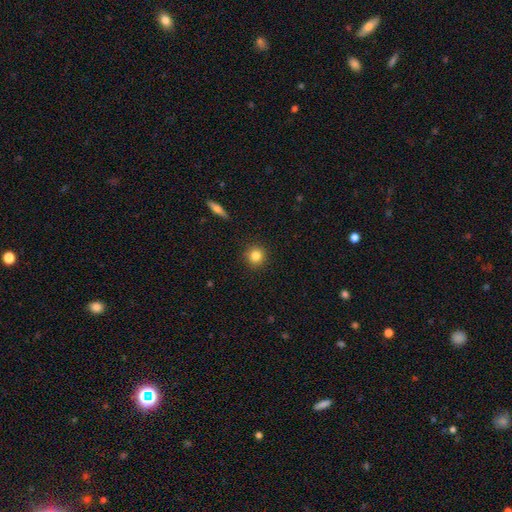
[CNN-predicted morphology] Overall: smooth (83%). How rounded: round (93%). Merging: none (91%).